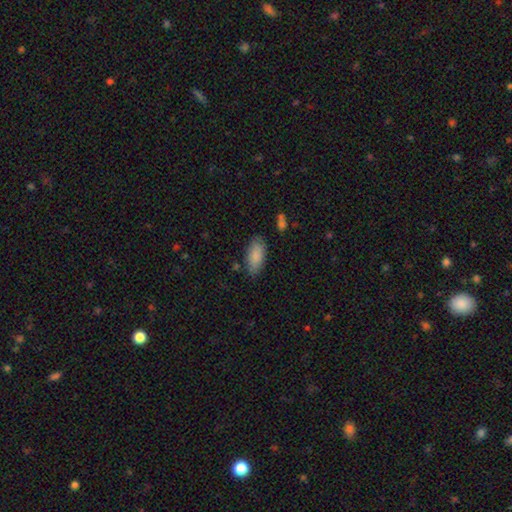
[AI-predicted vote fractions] Smooth or featured? smooth (87%)
How rounded? in between (89%)
Merging? none (80%)